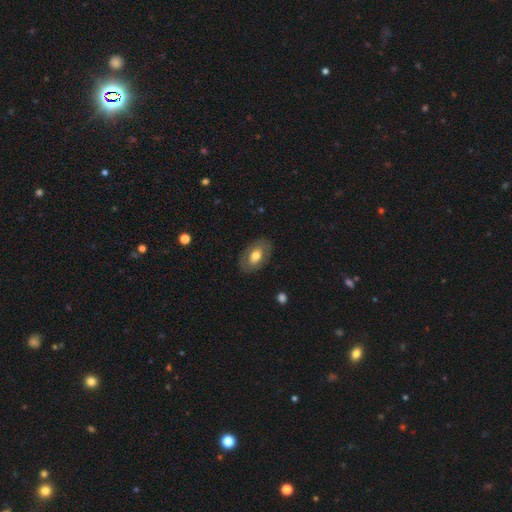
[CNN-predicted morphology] This is likely a smooth galaxy (61%). How rounded: clearly in between (88%). Merging: clearly none (83%).